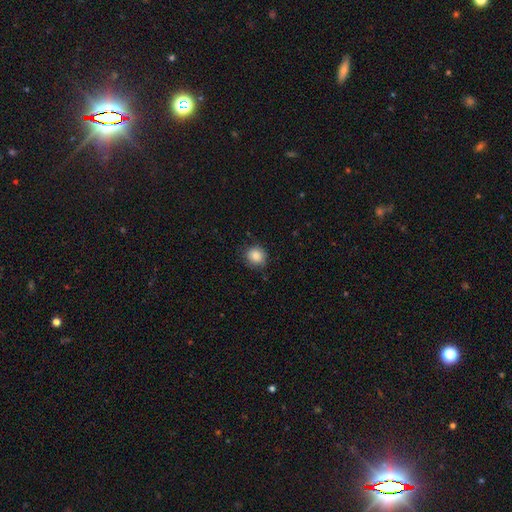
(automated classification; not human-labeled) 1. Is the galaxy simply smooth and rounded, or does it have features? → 87% smooth, 9% star or artifact, 5% featured or disk.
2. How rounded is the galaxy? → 81% round, 18% in between, 1% cigar-shaped.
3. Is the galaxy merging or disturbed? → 80% none, 16% minor disturbance, 3% major disturbance, 1% merger.